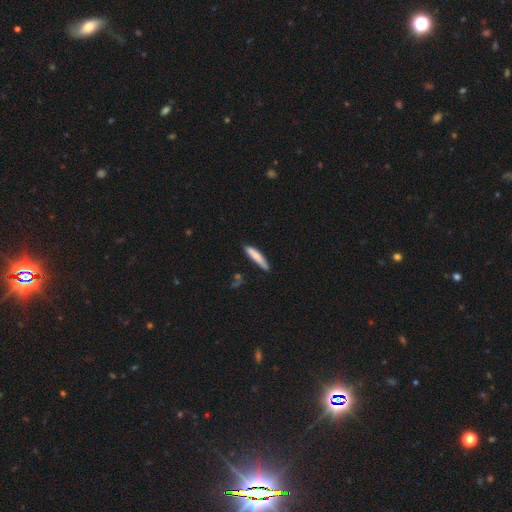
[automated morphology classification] type=smooth (76%); roundness=cigar-shaped (87%); merging=none (77%).